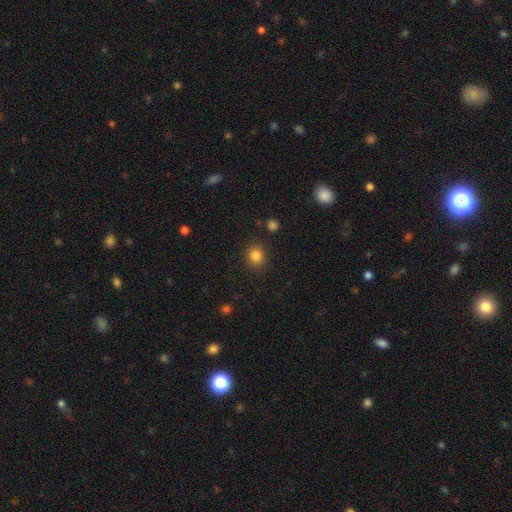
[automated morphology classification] Smooth or featured? smooth (84%)
How rounded? round (75%)
Merging? none (86%)